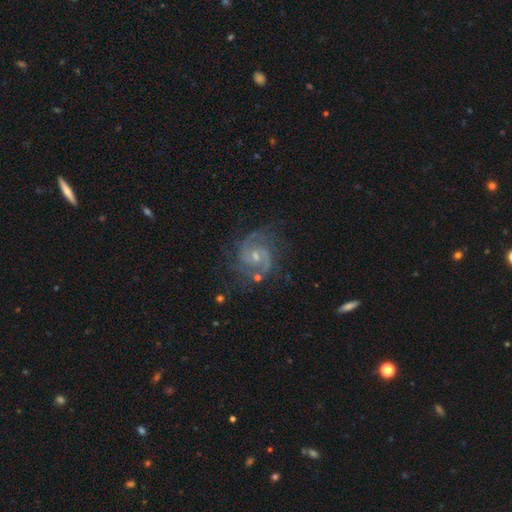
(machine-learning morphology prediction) Q: Smooth or featured?
A: featured or disk (90%); runner-up: star or artifact (6%)
Q: Edge-on disk?
A: no (98%); runner-up: yes (2%)
Q: Bar?
A: no (56%); runner-up: weak (37%)
Q: Spiral arms?
A: yes (98%); runner-up: no (2%)
Q: Spiral winding?
A: medium (54%); runner-up: tight (34%)
Q: Spiral arm count?
A: 2 (82%); runner-up: 3 (7%)
Q: Bulge size?
A: small (58%); runner-up: moderate (38%)
Q: Merging?
A: none (75%); runner-up: minor disturbance (16%)